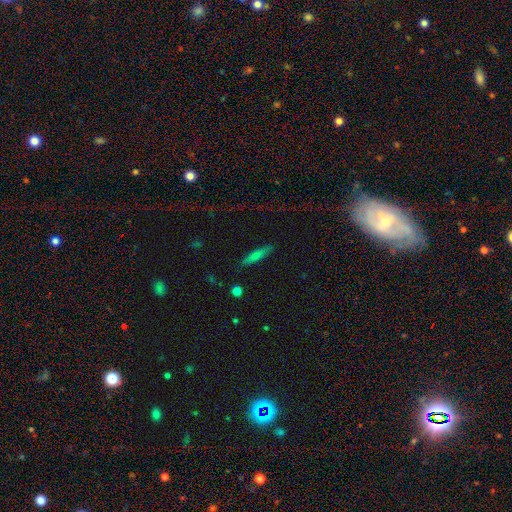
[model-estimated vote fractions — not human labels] This is likely a smooth galaxy (72%). How rounded: clearly cigar-shaped (85%). Merging: clearly none (86%).